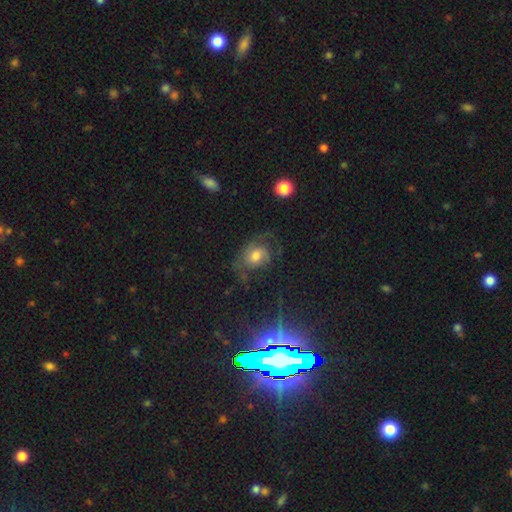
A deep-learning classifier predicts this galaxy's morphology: smooth-or-featured: featured or disk: 50% | smooth: 36% | star or artifact: 14%
  disk-edge-on: no: 96% | yes: 4%
  merging: none: 46% | major disturbance: 29% | minor disturbance: 22% | merger: 3%